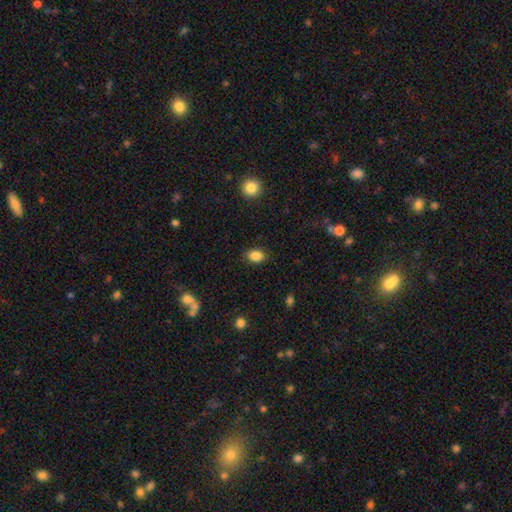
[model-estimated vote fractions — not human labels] A smooth galaxy with no disk features (87%) that is in between round and cigar-shaped (71%).

Vote fractions:
- Smooth or featured? smooth: 87% / star or artifact: 9% / featured or disk: 4%
- How rounded? in between: 71% / round: 28% / cigar-shaped: 1%
- Merging? none: 86% / minor disturbance: 10% / major disturbance: 3% / merger: 1%